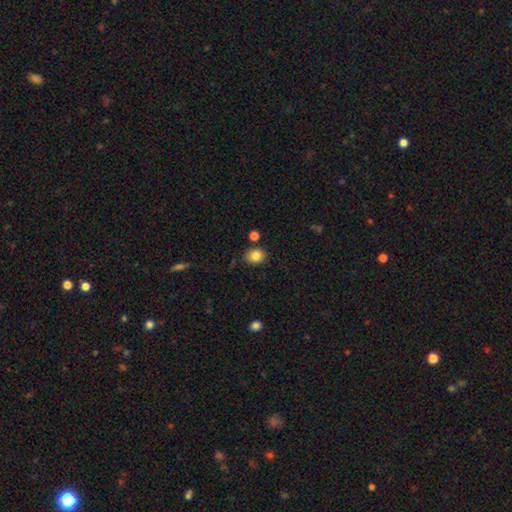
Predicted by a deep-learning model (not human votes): This appears to be a smooth galaxy with no disk features (83%) that is round (68%). Merging: none (81%).